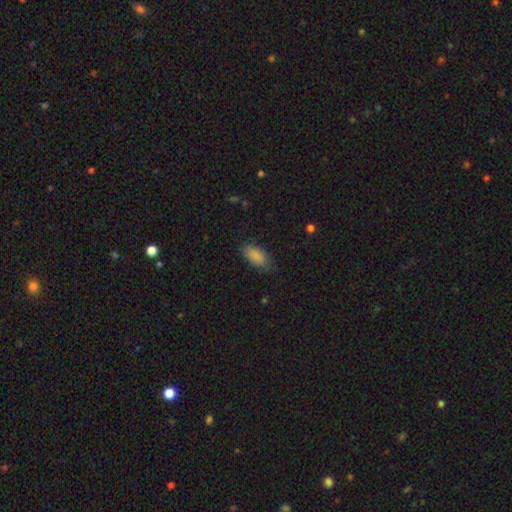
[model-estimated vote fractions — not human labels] Q: Smooth or featured?
A: smooth (88%); runner-up: star or artifact (7%)
Q: How rounded?
A: in between (90%); runner-up: cigar-shaped (7%)
Q: Merging?
A: none (79%); runner-up: minor disturbance (16%)